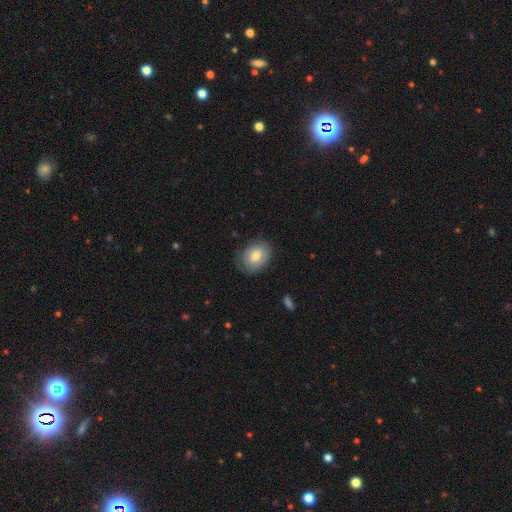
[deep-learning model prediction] Smooth or featured? smooth (71%)
How rounded? in between (66%)
Merging? none (76%)